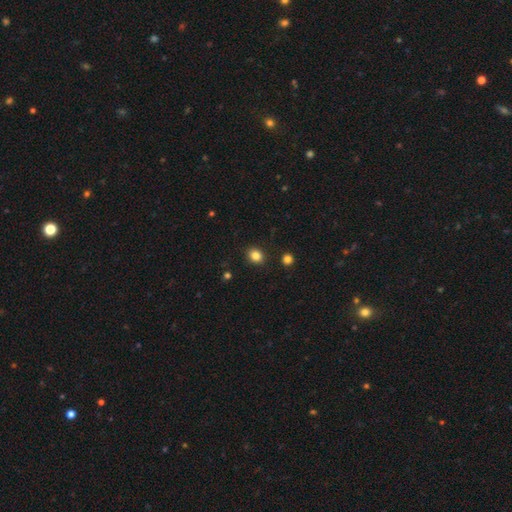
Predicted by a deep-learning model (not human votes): Smooth or featured?
  - smooth: 84% *
  - star or artifact: 11%
  - featured or disk: 5%
How rounded?
  - round: 60% *
  - in between: 39%
  - cigar-shaped: 1%
Merging?
  - none: 89% *
  - minor disturbance: 7%
  - major disturbance: 2%
  - merger: 2%